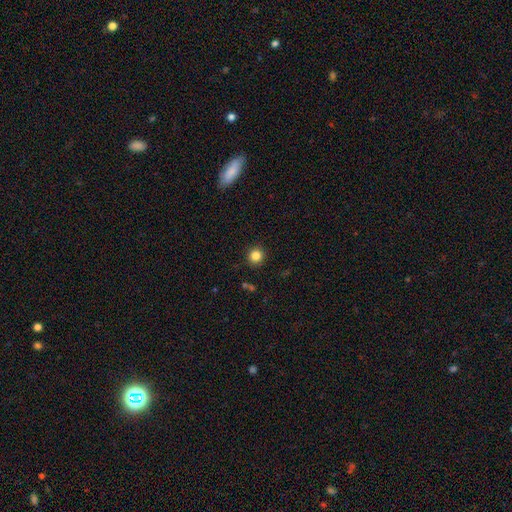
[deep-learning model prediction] Smooth or featured? smooth (84%)
How rounded? round (94%)
Merging? none (91%)